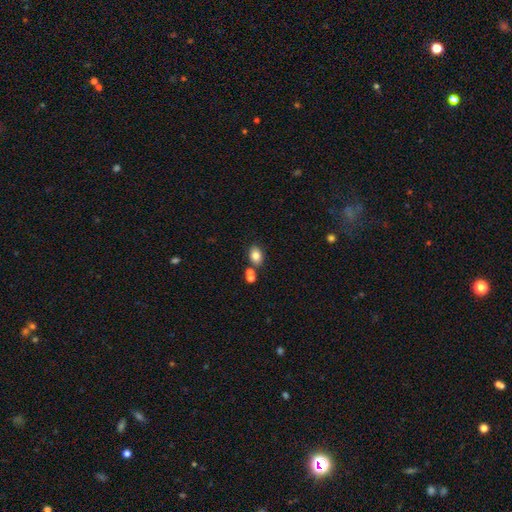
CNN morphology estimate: Smooth or featured?
  - smooth: 82% *
  - star or artifact: 10%
  - featured or disk: 8%
How rounded?
  - in between: 76% *
  - round: 23%
  - cigar-shaped: 1%
Merging?
  - none: 70% *
  - merger: 16%
  - minor disturbance: 11%
  - major disturbance: 3%